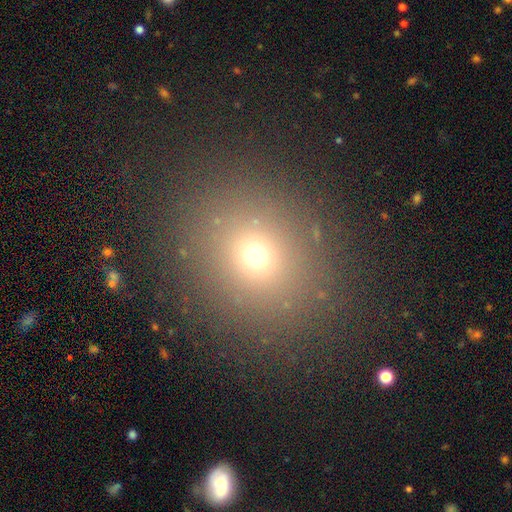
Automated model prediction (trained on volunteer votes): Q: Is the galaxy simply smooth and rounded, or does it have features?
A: smooth — 67%.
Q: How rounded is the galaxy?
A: round — 77%.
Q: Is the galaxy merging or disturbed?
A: none — 87%.